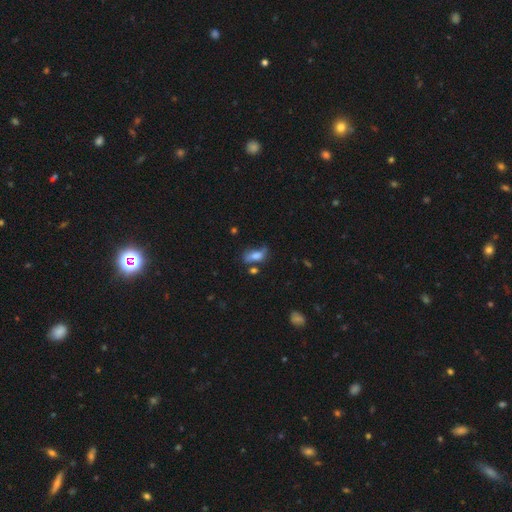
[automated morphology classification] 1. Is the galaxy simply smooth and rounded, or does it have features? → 68% smooth, 20% featured or disk, 12% star or artifact.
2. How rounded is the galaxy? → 83% in between, 11% cigar-shaped, 7% round.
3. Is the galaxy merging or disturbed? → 38% none, 28% minor disturbance, 19% major disturbance, 15% merger.